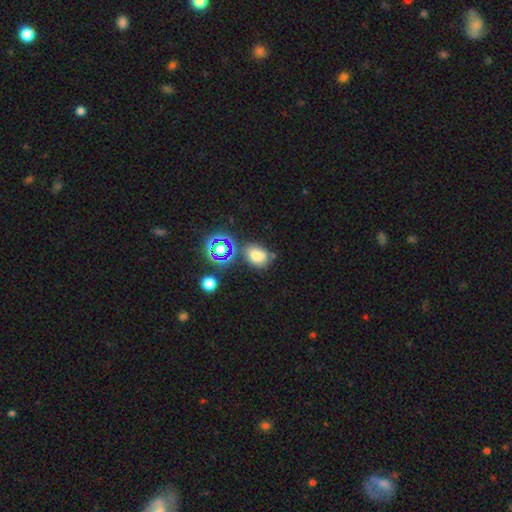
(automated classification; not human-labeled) A smooth galaxy with no disk features (66%) that is in between round and cigar-shaped (68%). Merging: none (56%).